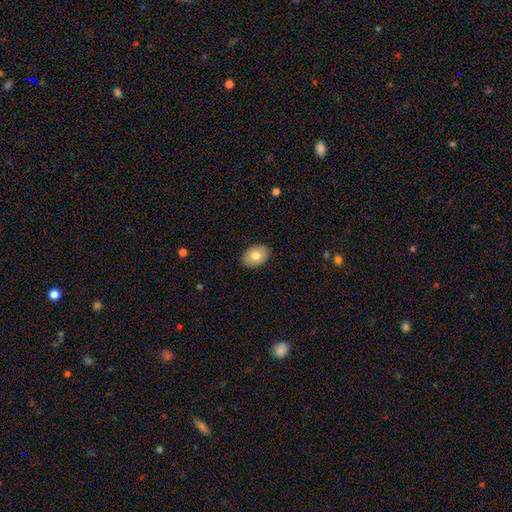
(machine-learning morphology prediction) Smooth or featured? smooth (78%)
How rounded? in between (74%)
Merging? none (89%)